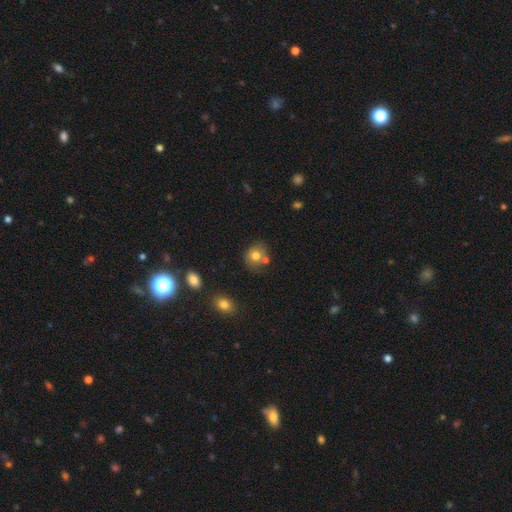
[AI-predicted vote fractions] smooth 75%, featured or disk 14%, star or artifact 11%. Down the decision tree: how rounded — round (73%); merging — none (59%).